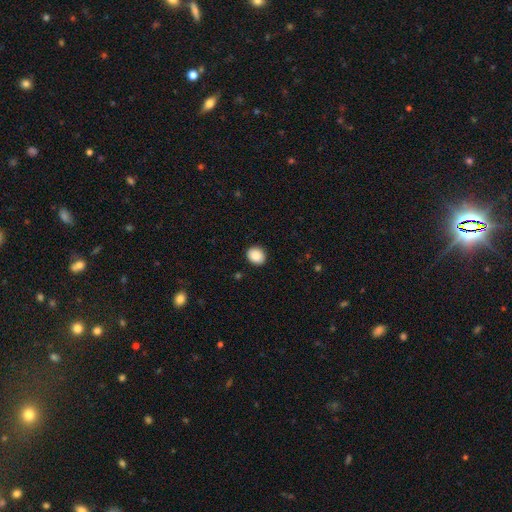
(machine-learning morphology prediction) Smooth or featured: smooth — 88% (star or artifact — 8%)
How rounded: round — 58% (in between — 41%)
Merging: none — 91% (minor disturbance — 7%)